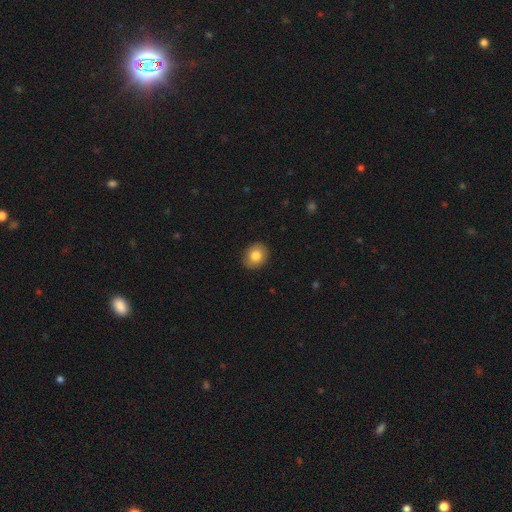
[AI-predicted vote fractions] Smooth or featured? Predicted: smooth (p=0.82). How rounded? Predicted: round (p=0.63). Merging? Predicted: none (p=0.90).